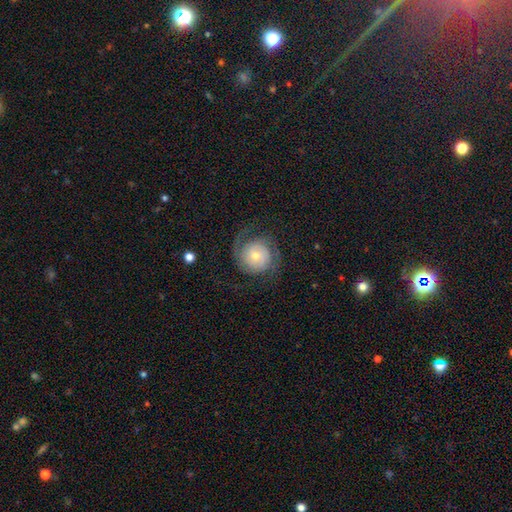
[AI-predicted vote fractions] Smooth or featured? featured or disk (75%)
Edge-on disk? no (97%)
Bar? no (74%)
Spiral arms? yes (93%)
Spiral winding? tight (46%)
Spiral arm count? 2 (64%)
Bulge size? moderate (48%)
Merging? none (68%)